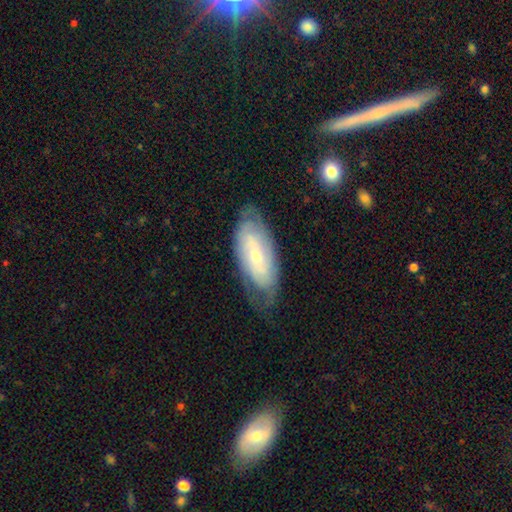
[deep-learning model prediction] Q: Smooth or featured?
A: featured or disk (63%); runner-up: smooth (30%)
Q: Edge-on disk?
A: no (90%); runner-up: yes (10%)
Q: Bar?
A: no (56%); runner-up: weak (33%)
Q: Spiral arms?
A: yes (80%); runner-up: no (20%)
Q: Bulge size?
A: small (66%); runner-up: moderate (29%)
Q: Merging?
A: none (67%); runner-up: minor disturbance (23%)